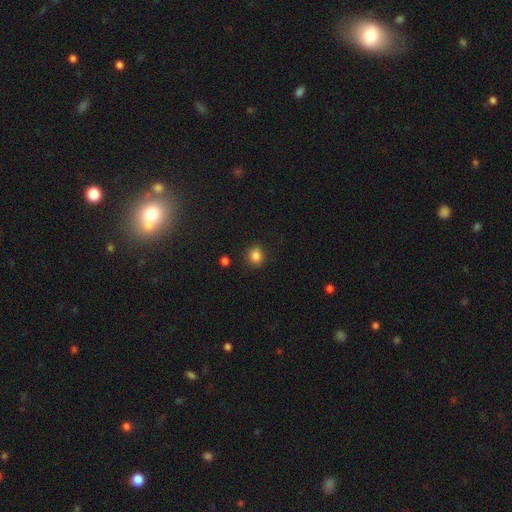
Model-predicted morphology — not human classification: smooth_or_featured: smooth (p=0.85) [alt: star or artifact p=0.12]
how_rounded: round (p=0.87) [alt: in between p=0.12]
merging: none (p=0.88) [alt: minor disturbance p=0.08]